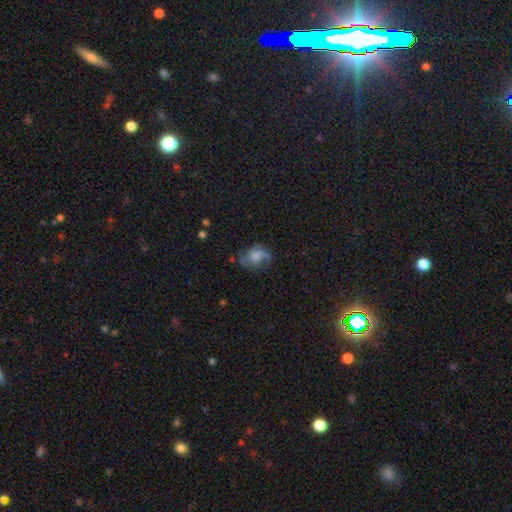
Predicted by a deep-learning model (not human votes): Overall: featured or disk (48%; smooth 36%). Merging: none (61%; minor disturbance 23%).